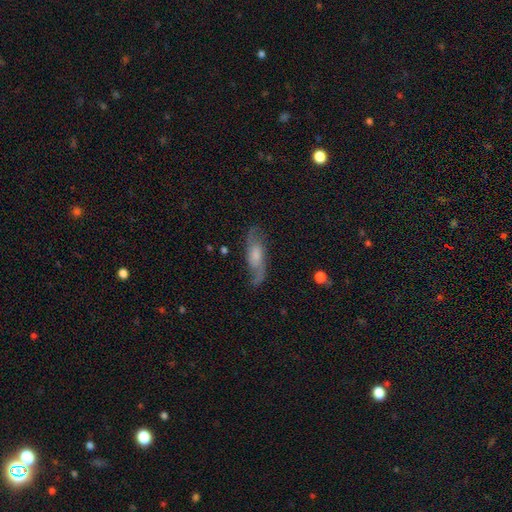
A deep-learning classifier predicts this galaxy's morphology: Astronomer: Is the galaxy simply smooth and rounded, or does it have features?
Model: featured or disk — 73%.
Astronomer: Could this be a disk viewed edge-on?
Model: no — 84%.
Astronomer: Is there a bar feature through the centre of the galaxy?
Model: no — 60%.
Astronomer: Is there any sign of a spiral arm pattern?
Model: yes — 93%.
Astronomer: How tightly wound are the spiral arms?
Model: loose — 44% (runner-up: medium, 42%).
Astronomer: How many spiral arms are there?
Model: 2 — 84%.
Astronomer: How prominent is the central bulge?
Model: moderate — 41% (runner-up: small, 29%).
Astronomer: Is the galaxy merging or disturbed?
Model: none — 73%.